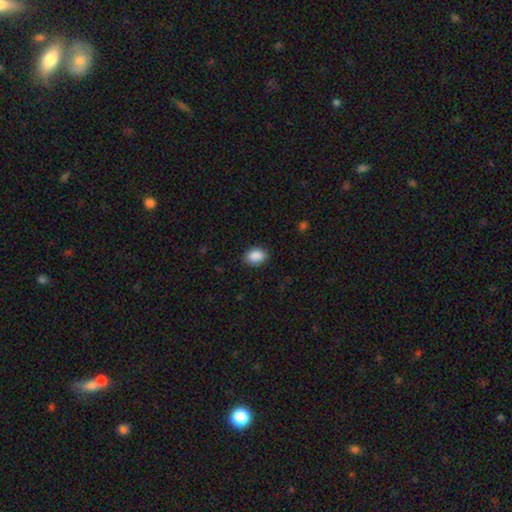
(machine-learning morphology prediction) smooth 89%, star or artifact 8%, featured or disk 3%. Down the decision tree: how rounded — in between (81%); merging — none (85%).